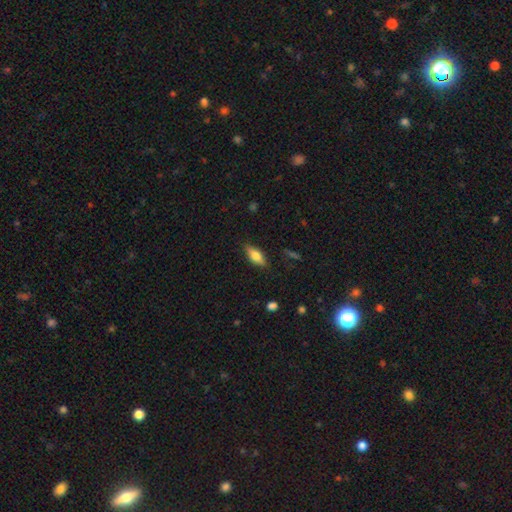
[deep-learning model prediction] A smooth galaxy with no disk features (65%) that is in between round and cigar-shaped (72%).

Vote fractions:
- Smooth or featured? smooth: 65% / featured or disk: 28% / star or artifact: 7%
- How rounded? in between: 72% / cigar-shaped: 25% / round: 3%
- Merging? none: 84% / minor disturbance: 12% / major disturbance: 3% / merger: 1%